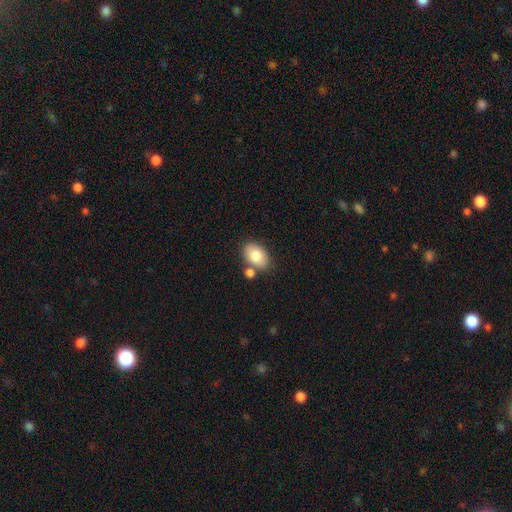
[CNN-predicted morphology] Smooth or featured? Predicted: smooth (p=0.81). How rounded? Predicted: in between (p=0.86). Merging? Predicted: none (p=0.68).